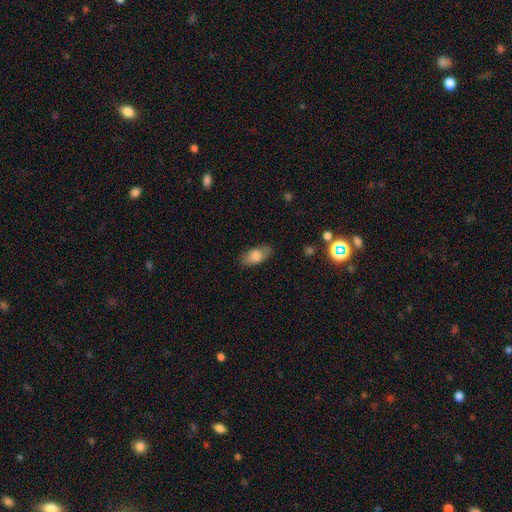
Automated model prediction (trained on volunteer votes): A smooth galaxy with no disk features (79%) that is in between round and cigar-shaped (89%).

Vote fractions:
- Smooth or featured? smooth: 79% / featured or disk: 14% / star or artifact: 7%
- How rounded? in between: 89% / cigar-shaped: 8% / round: 3%
- Merging? none: 84% / minor disturbance: 12% / major disturbance: 3% / merger: 1%